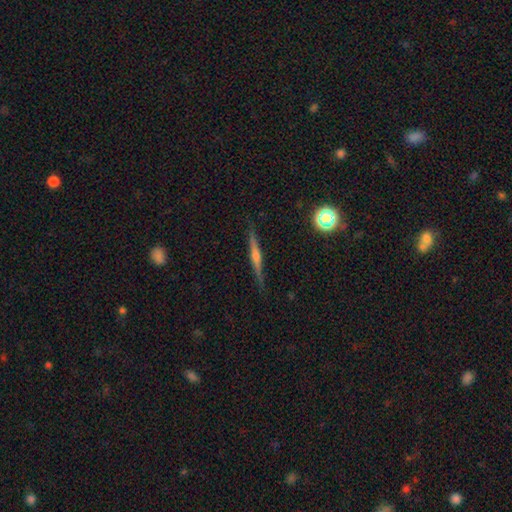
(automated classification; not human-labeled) Overall: featured or disk (67%). Edge-on disk: yes (97%). Edge-on bulge: rounded (74%). Merging: none (87%).